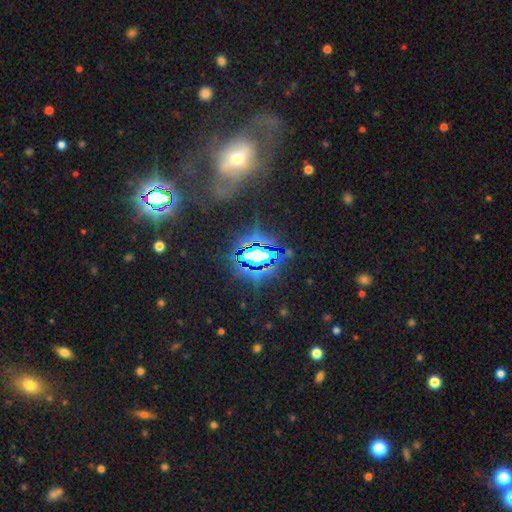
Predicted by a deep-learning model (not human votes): Smooth or featured? Predicted: star or artifact (p=0.80).